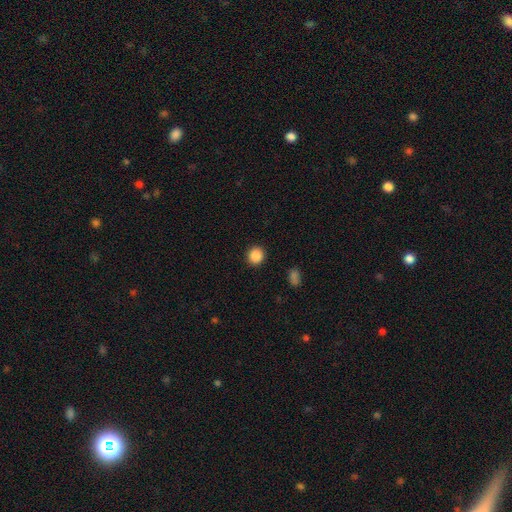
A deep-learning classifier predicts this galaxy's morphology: Smooth or featured?
  - smooth: 87% *
  - star or artifact: 10%
  - featured or disk: 3%
How rounded?
  - round: 91% *
  - in between: 8%
  - cigar-shaped: 1%
Merging?
  - none: 92% *
  - minor disturbance: 5%
  - major disturbance: 2%
  - merger: 1%